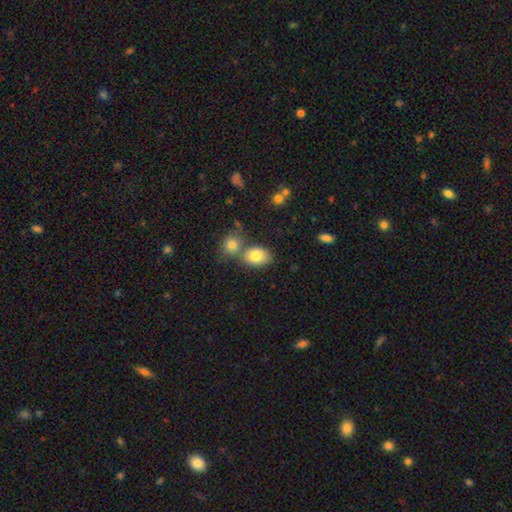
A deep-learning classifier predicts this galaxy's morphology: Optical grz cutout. It shows a smooth galaxy with no disk features (81%) that is in between round and cigar-shaped (77%). Merging: none (52%).